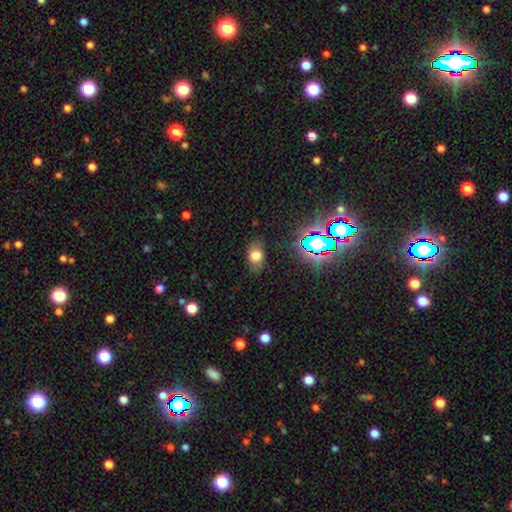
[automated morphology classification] Smooth or featured?
  - smooth: 71% *
  - star or artifact: 17%
  - featured or disk: 13%
How rounded?
  - in between: 79% *
  - round: 19%
  - cigar-shaped: 2%
Merging?
  - none: 78% *
  - minor disturbance: 16%
  - major disturbance: 4%
  - merger: 2%